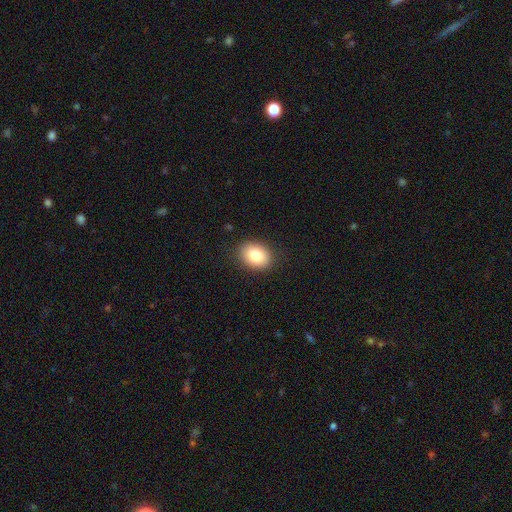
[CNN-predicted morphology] Smooth or featured?
  - smooth: 84% *
  - featured or disk: 8%
  - star or artifact: 8%
How rounded?
  - in between: 70% *
  - round: 29%
  - cigar-shaped: 1%
Merging?
  - none: 88% *
  - minor disturbance: 9%
  - major disturbance: 2%
  - merger: 1%